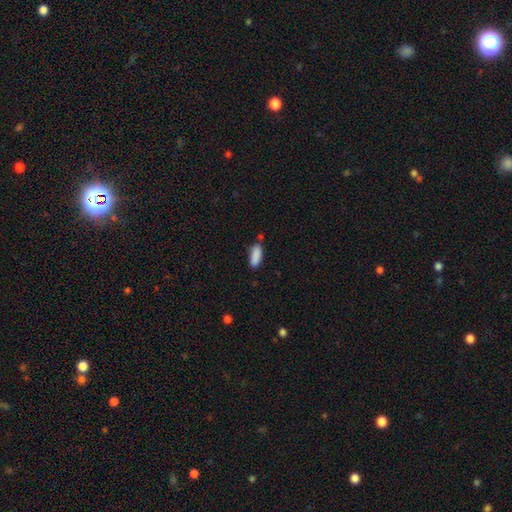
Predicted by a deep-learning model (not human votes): This is clearly a smooth galaxy (89%). How rounded: likely in between (68%). Merging: likely none (76%).